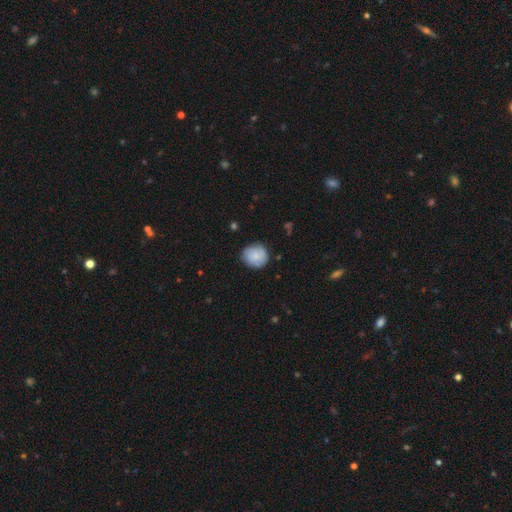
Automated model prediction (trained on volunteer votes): smooth-or-featured: smooth: 77% | featured or disk: 17% | star or artifact: 7%
  how-rounded: round: 87% | in between: 12% | cigar-shaped: 1%
  merging: none: 82% | minor disturbance: 14% | major disturbance: 3% | merger: 1%